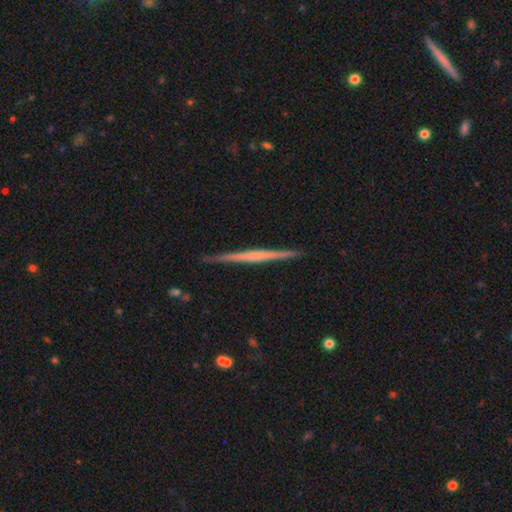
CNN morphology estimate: This appears to be a featured or disk galaxy (68%) viewed edge-on (98%) with no central bulge (70%). Merging: none (91%).